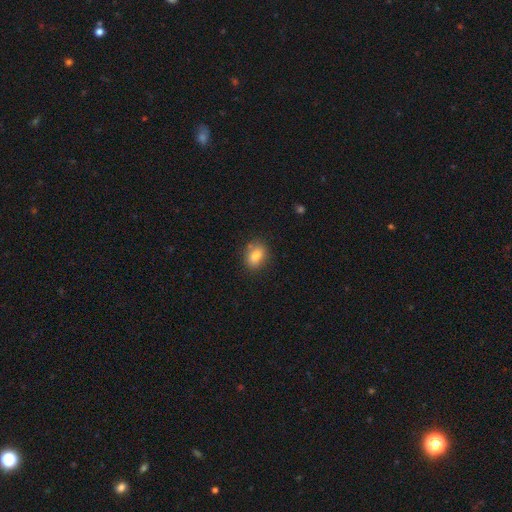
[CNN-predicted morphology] A smooth galaxy with no disk features (80%) that is in between round and cigar-shaped (63%). Merging: none (81%).